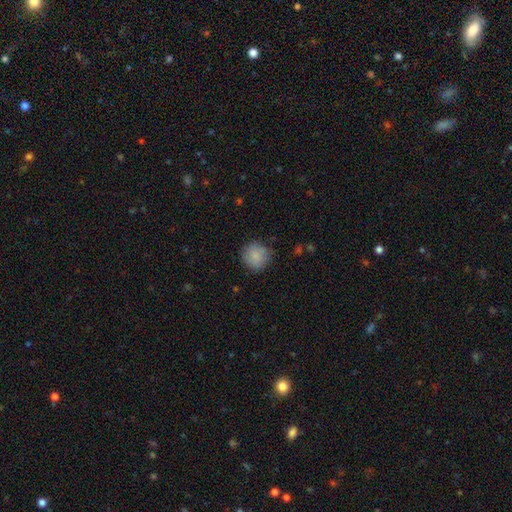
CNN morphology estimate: A smooth galaxy with no disk features (85%) that is round (92%).

Vote fractions:
- Smooth or featured? smooth: 85% / featured or disk: 8% / star or artifact: 7%
- How rounded? round: 92% / in between: 7% / cigar-shaped: 1%
- Merging? none: 82% / minor disturbance: 13% / major disturbance: 3% / merger: 1%